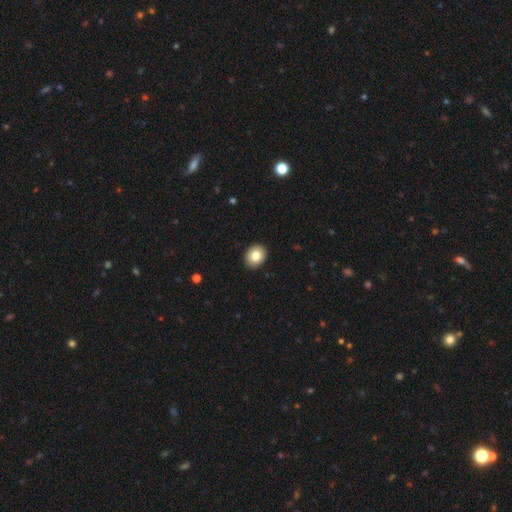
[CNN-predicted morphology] type=smooth (82%); roundness=round (55%); merging=none (91%).